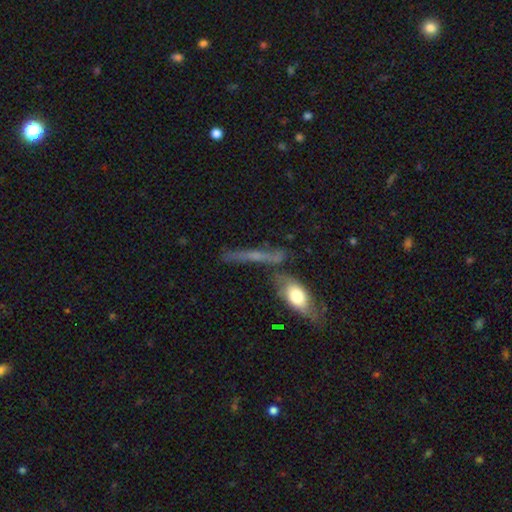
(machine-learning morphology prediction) smooth_or_featured: featured or disk (p=0.54) [alt: smooth p=0.33]
disk_edge_on: yes (p=0.81) [alt: no p=0.19]
merging: none (p=0.62) [alt: minor disturbance p=0.15]